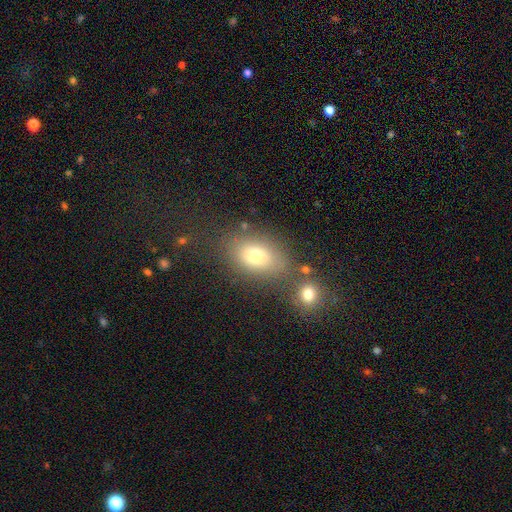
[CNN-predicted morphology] smooth 75%, featured or disk 13%, star or artifact 12%. Down the decision tree: how rounded — in between (79%); merging — none (63%).